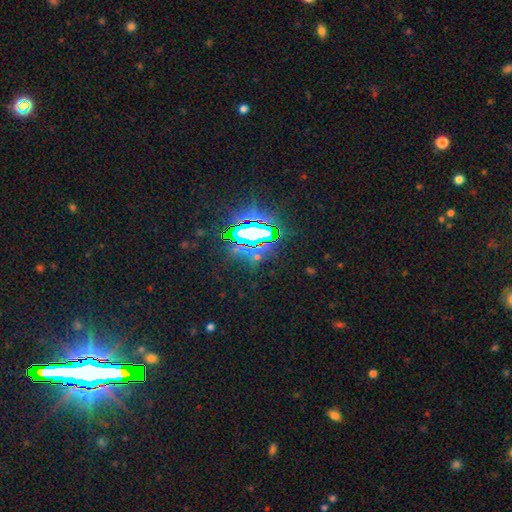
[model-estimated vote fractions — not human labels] Smooth or featured?
  - star or artifact: 80% *
  - smooth: 10%
  - featured or disk: 10%